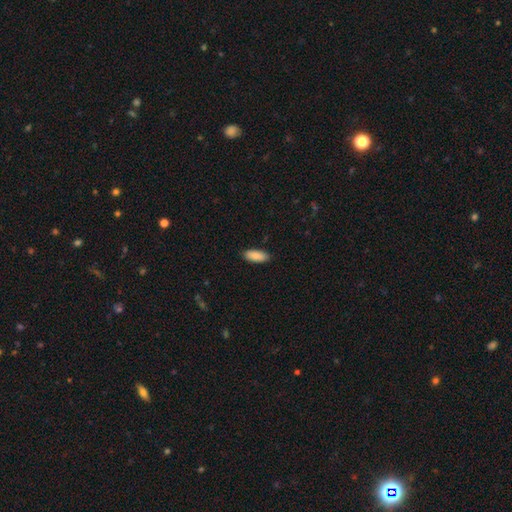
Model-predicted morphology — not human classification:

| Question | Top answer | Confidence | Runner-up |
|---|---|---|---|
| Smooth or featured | smooth | 89% | star or artifact (6%) |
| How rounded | in between | 83% | cigar-shaped (15%) |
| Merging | none | 88% | minor disturbance (9%) |